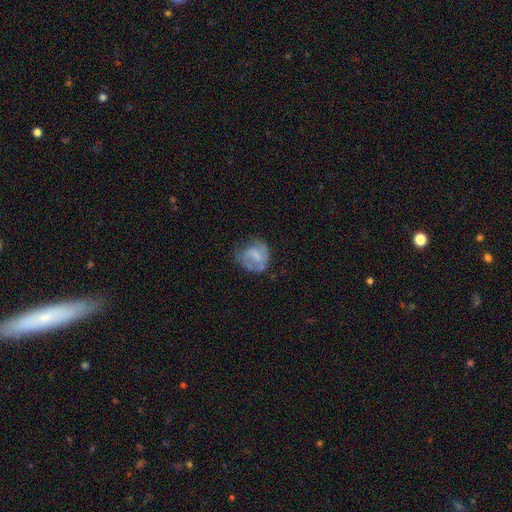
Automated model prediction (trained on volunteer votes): Smooth or featured: smooth — 50% (featured or disk — 42%)
Merging: none — 45% (minor disturbance — 30%)